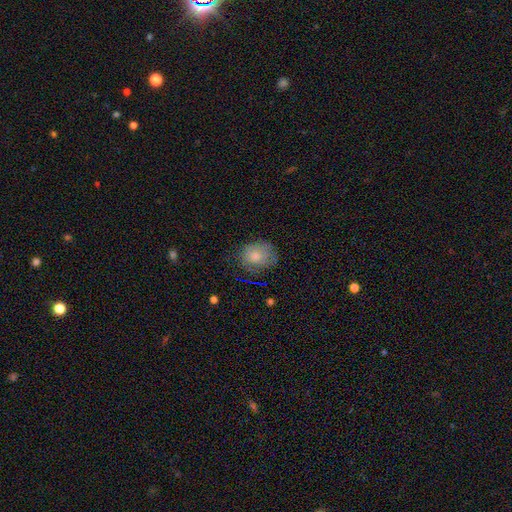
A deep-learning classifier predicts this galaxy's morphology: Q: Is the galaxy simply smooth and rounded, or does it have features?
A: smooth — 72%.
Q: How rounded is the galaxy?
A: round — 54%.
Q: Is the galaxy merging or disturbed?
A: none — 63%.